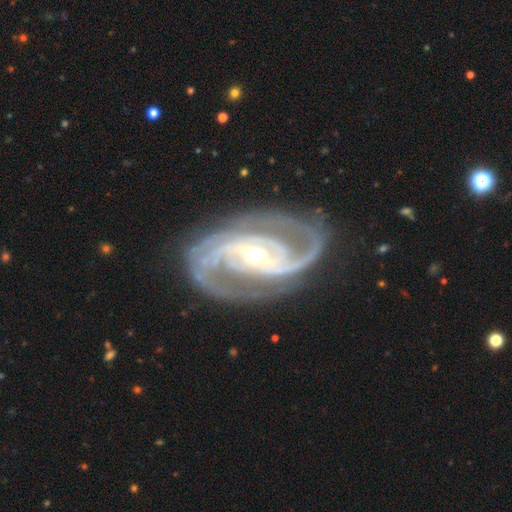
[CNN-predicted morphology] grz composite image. It shows a featured or disk galaxy (93%) with a strong bar (39%), 2 (75%) medium (50%) spiral arms (98%) and a moderate central bulge (55%). Merging: none (79%).